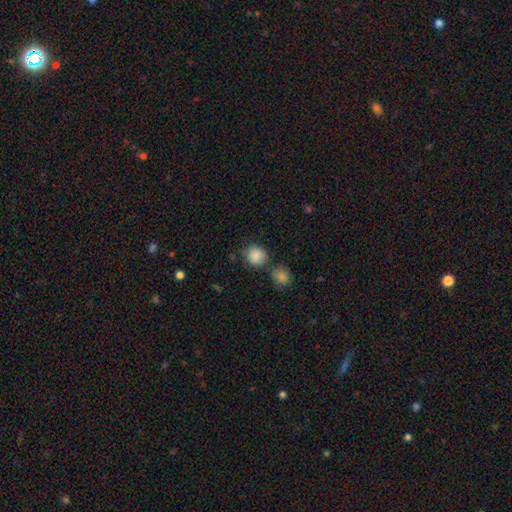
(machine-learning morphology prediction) Smooth or featured? smooth (87%)
How rounded? round (83%)
Merging? none (69%)